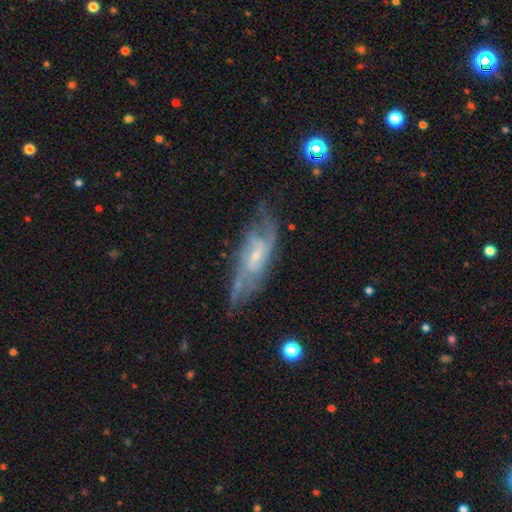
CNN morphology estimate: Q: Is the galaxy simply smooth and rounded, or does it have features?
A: featured or disk — 81%.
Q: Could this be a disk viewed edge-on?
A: no — 85%.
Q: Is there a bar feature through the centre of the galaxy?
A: weak — 48%.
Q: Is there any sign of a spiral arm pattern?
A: yes — 89%.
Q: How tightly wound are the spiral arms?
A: medium — 45%.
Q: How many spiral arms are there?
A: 2 — 48%.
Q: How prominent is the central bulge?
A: small — 68%.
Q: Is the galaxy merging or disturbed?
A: none — 61%.